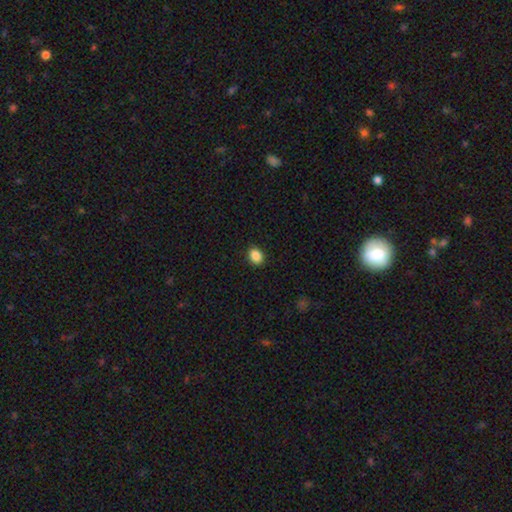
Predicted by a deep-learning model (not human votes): smooth-or-featured: smooth: 88% | star or artifact: 9% | featured or disk: 3%
  how-rounded: in between: 62% | round: 37% | cigar-shaped: 1%
  merging: none: 91% | minor disturbance: 6% | major disturbance: 2% | merger: 1%